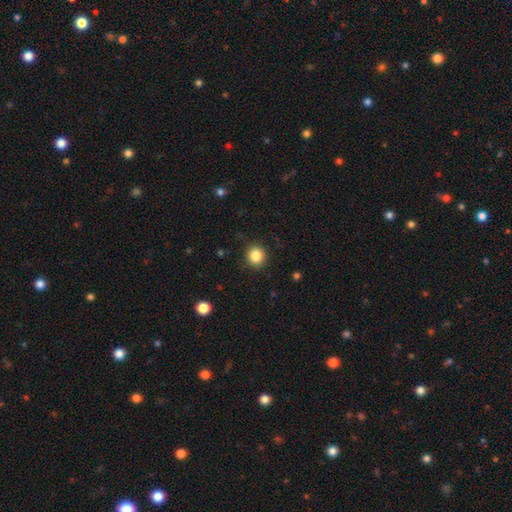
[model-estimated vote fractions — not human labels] Smooth or featured?
  - smooth: 85% *
  - star or artifact: 11%
  - featured or disk: 5%
How rounded?
  - round: 89% *
  - in between: 10%
  - cigar-shaped: 1%
Merging?
  - none: 90% *
  - minor disturbance: 7%
  - major disturbance: 2%
  - merger: 1%